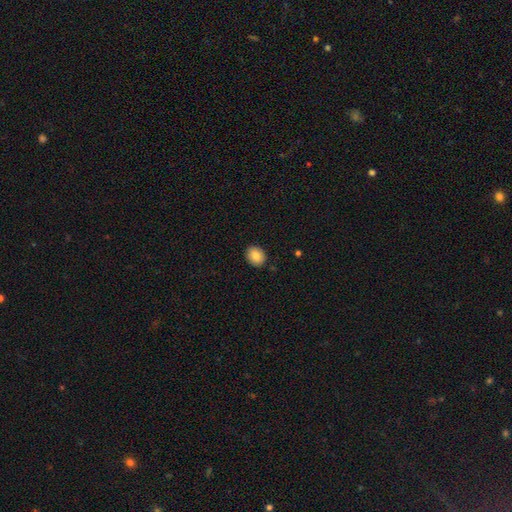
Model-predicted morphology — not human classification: Smooth or featured: smooth — 84% (star or artifact — 8%)
How rounded: round — 59% (in between — 41%)
Merging: none — 90% (minor disturbance — 7%)